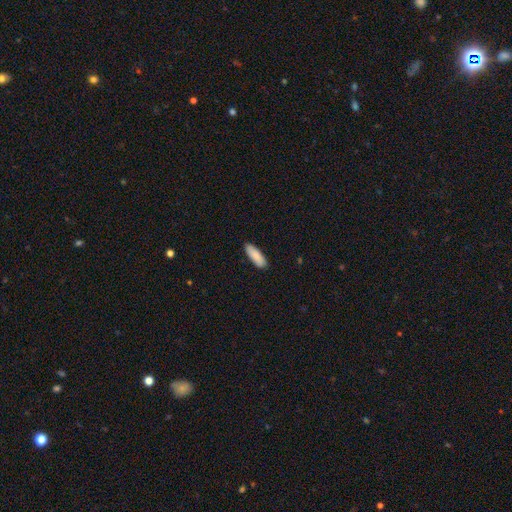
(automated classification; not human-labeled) A smooth galaxy with no disk features (88%) that is in between round and cigar-shaped (60%). Merging: none (88%).